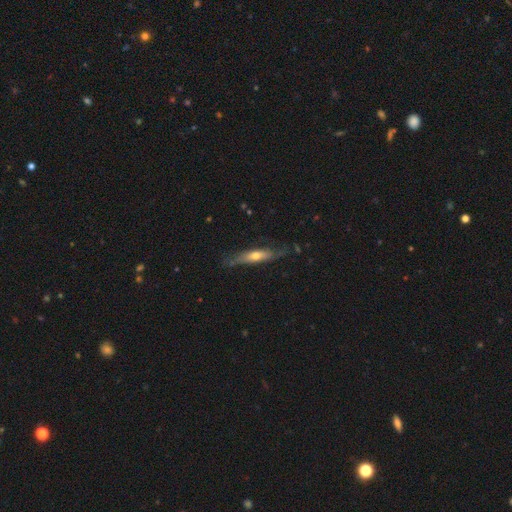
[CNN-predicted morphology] Smooth or featured? Predicted: featured or disk (p=0.53). Edge-on disk? Predicted: yes (p=0.63). Merging? Predicted: none (p=0.65).